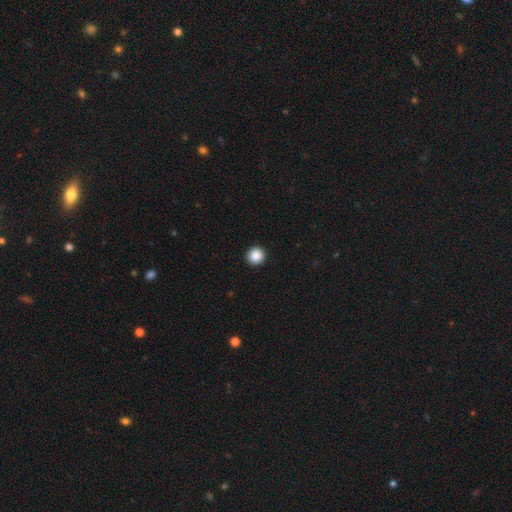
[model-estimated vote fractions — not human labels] smooth-or-featured: smooth: 88% | star or artifact: 9% | featured or disk: 3%
  how-rounded: round: 96% | in between: 3% | cigar-shaped: 1%
  merging: none: 94% | minor disturbance: 4% | major disturbance: 1% | merger: 1%